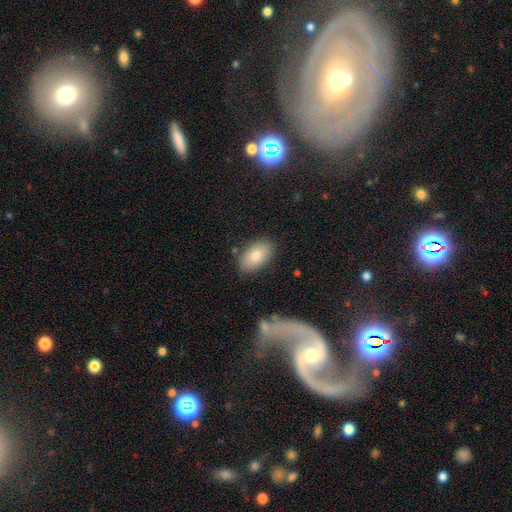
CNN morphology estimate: This is clearly a smooth galaxy (81%). How rounded: clearly in between (93%). Merging: clearly none (84%).